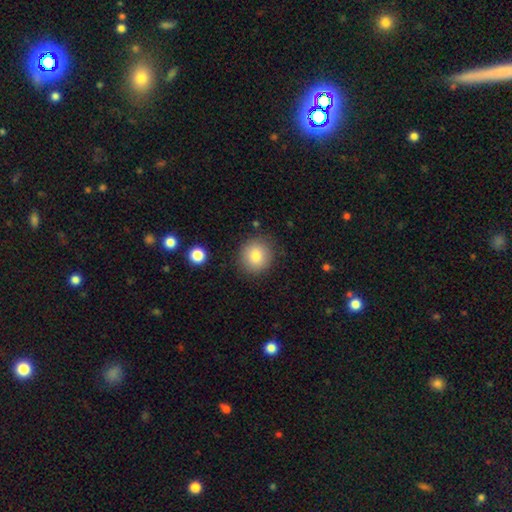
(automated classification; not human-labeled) Q: Smooth or featured?
A: smooth (81%); runner-up: star or artifact (9%)
Q: How rounded?
A: round (88%); runner-up: in between (11%)
Q: Merging?
A: none (85%); runner-up: minor disturbance (10%)